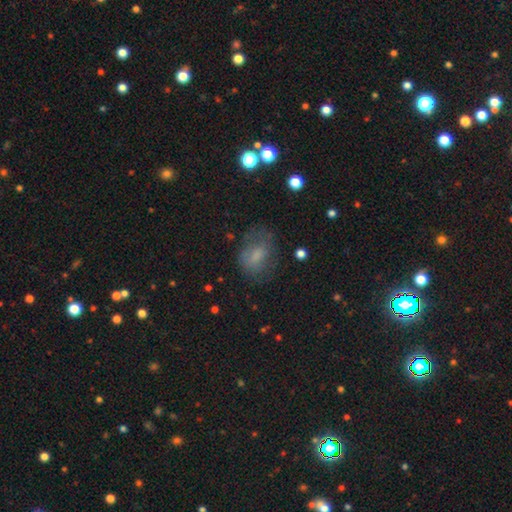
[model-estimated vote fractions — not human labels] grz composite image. It shows a smooth galaxy with no disk features (62%) that is in between round and cigar-shaped (70%). Merging: none (56%).